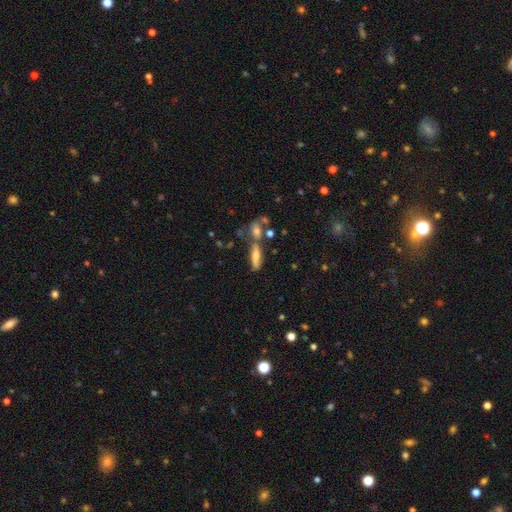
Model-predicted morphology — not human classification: Q: Smooth or featured?
A: smooth (57%); runner-up: featured or disk (31%)
Q: How rounded?
A: cigar-shaped (56%); runner-up: in between (41%)
Q: Merging?
A: none (48%); runner-up: merger (30%)